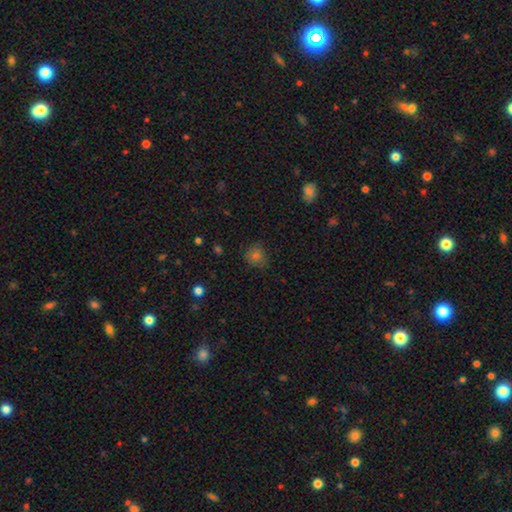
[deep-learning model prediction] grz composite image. It shows a smooth galaxy with no disk features (75%) that is round (87%). Merging: none (80%).